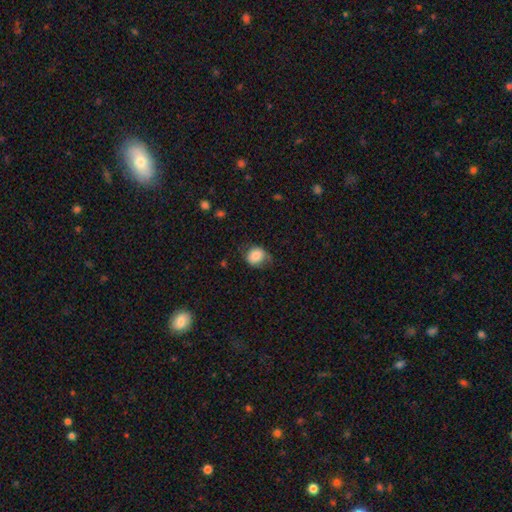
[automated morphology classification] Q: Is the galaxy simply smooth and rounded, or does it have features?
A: smooth — 81%.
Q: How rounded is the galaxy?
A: round — 72%.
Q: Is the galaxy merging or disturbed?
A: none — 63%.